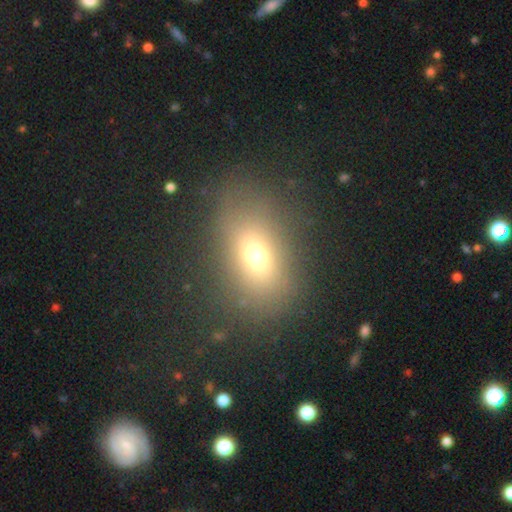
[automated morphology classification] Q: Smooth or featured?
A: smooth (67%); runner-up: star or artifact (18%)
Q: How rounded?
A: in between (71%); runner-up: round (26%)
Q: Merging?
A: none (79%); runner-up: minor disturbance (12%)